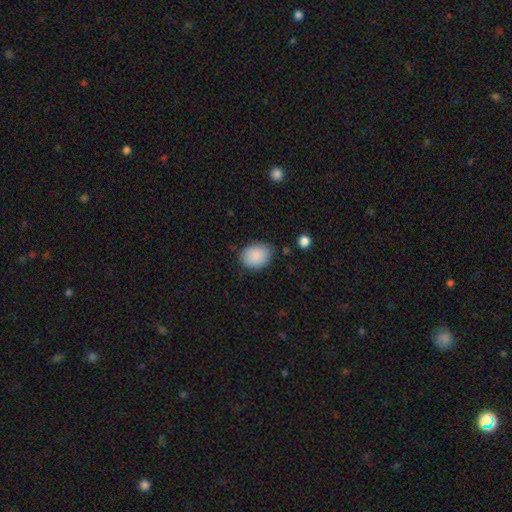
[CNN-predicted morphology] Q: Smooth or featured?
A: smooth (89%); runner-up: star or artifact (7%)
Q: How rounded?
A: in between (60%); runner-up: round (39%)
Q: Merging?
A: none (74%); runner-up: minor disturbance (20%)